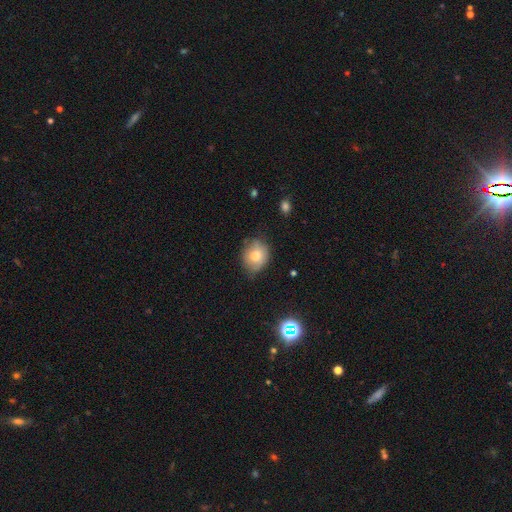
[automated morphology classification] smooth-or-featured: smooth: 74% | featured or disk: 16% | star or artifact: 10%
  how-rounded: round: 60% | in between: 39% | cigar-shaped: 1%
  merging: none: 64% | minor disturbance: 28% | major disturbance: 6% | merger: 2%